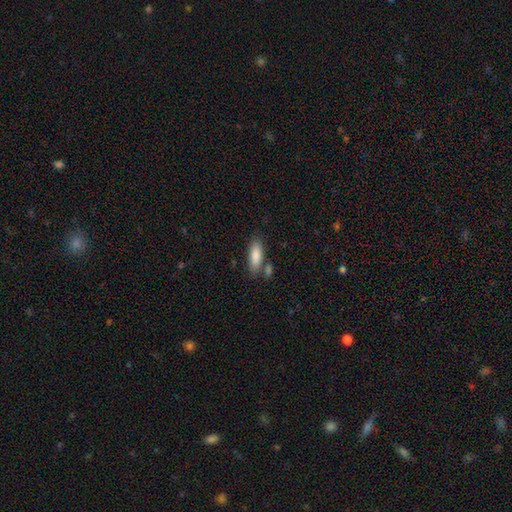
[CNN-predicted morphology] Smooth or featured: smooth — 84% (featured or disk — 10%)
How rounded: in between — 67% (cigar-shaped — 31%)
Merging: none — 70% (minor disturbance — 13%)